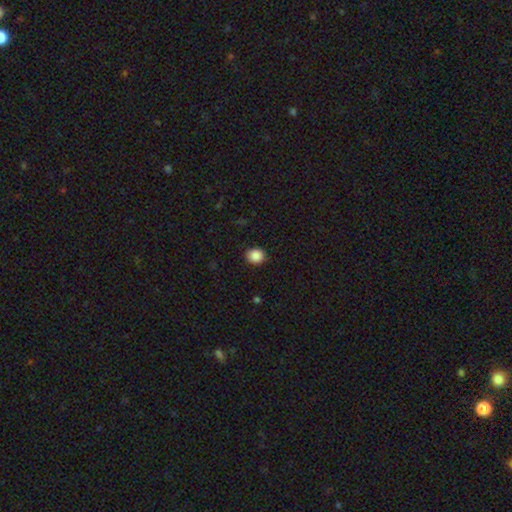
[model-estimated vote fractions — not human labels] Q: Smooth or featured?
A: smooth (88%); runner-up: star or artifact (9%)
Q: How rounded?
A: round (82%); runner-up: in between (17%)
Q: Merging?
A: none (91%); runner-up: minor disturbance (6%)